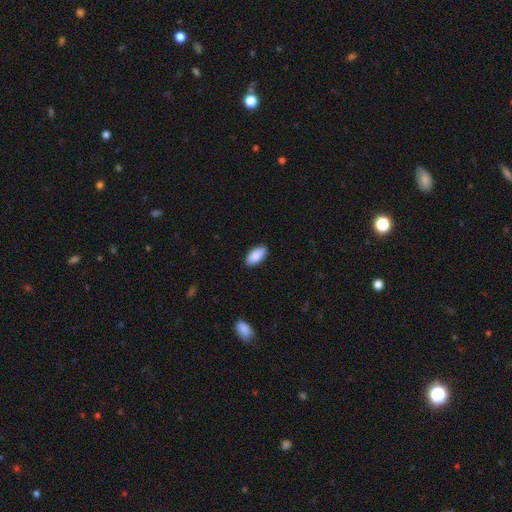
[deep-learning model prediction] smooth-or-featured: smooth: 90% | star or artifact: 6% | featured or disk: 4%
  how-rounded: in between: 94% | cigar-shaped: 4% | round: 2%
  merging: none: 87% | minor disturbance: 10% | major disturbance: 2% | merger: 1%